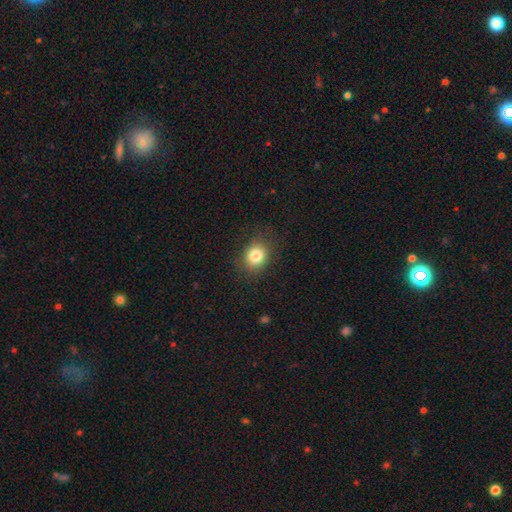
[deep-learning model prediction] Smooth or featured? smooth (82%)
How rounded? round (64%)
Merging? none (82%)